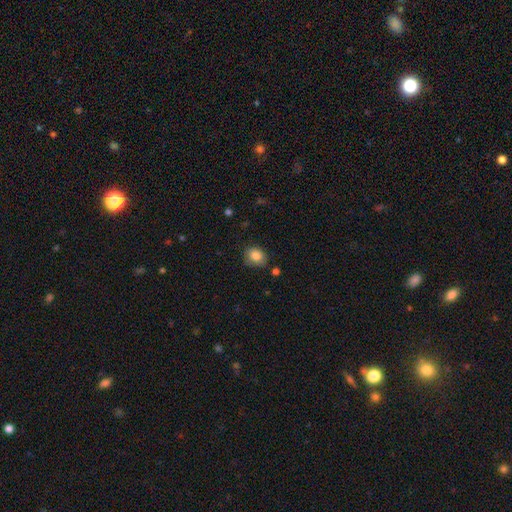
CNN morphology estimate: type=smooth (84%); roundness=round (56%); merging=none (72%).